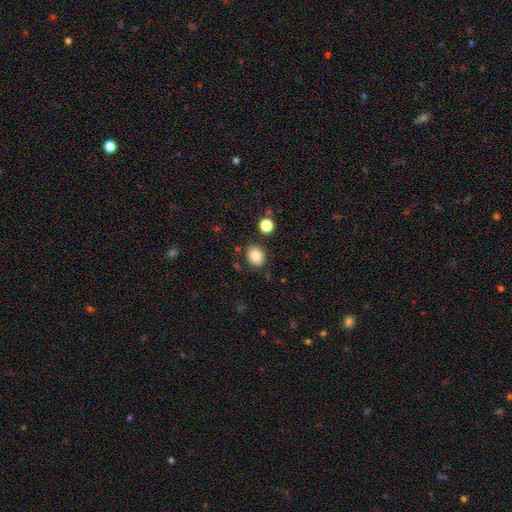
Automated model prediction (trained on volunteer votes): Morphology: type=smooth (86%); roundness=in between (56%); merging=none (83%).